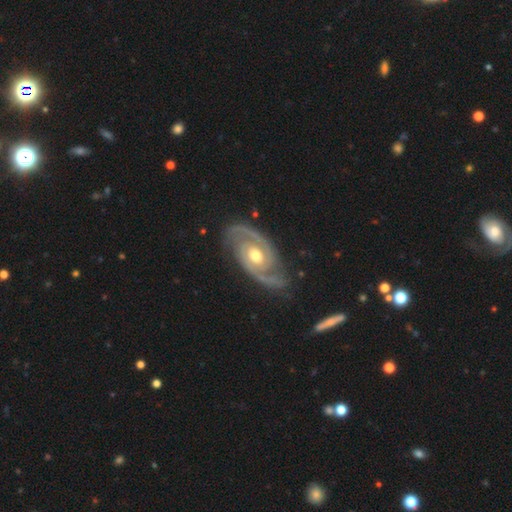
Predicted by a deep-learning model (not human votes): Q: Smooth or featured?
A: featured or disk (93%); runner-up: smooth (4%)
Q: Edge-on disk?
A: no (97%); runner-up: yes (3%)
Q: Bar?
A: no (67%); runner-up: weak (24%)
Q: Spiral arms?
A: yes (98%); runner-up: no (2%)
Q: Spiral winding?
A: tight (49%); runner-up: medium (42%)
Q: Spiral arm count?
A: 2 (93%); runner-up: 3 (2%)
Q: Bulge size?
A: moderate (74%); runner-up: small (19%)
Q: Merging?
A: none (81%); runner-up: minor disturbance (14%)